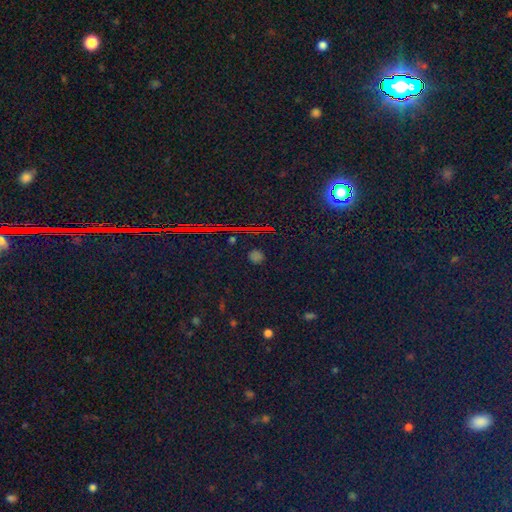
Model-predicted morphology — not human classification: smooth-or-featured: star or artifact: 72% | smooth: 20% | featured or disk: 8%